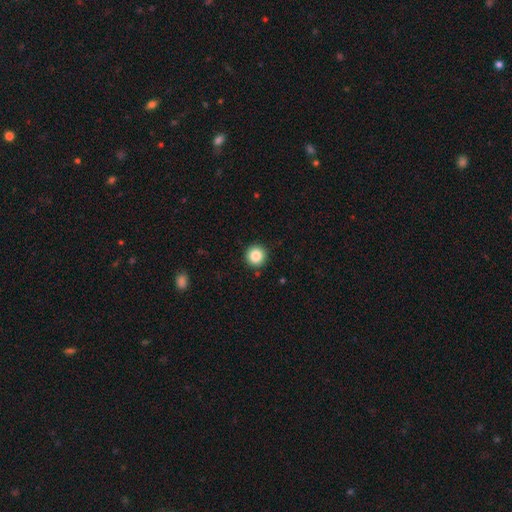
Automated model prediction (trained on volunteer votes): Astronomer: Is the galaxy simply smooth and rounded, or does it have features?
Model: smooth — 86%.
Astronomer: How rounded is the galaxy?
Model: round — 96%.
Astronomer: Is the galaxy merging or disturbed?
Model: none — 92%.